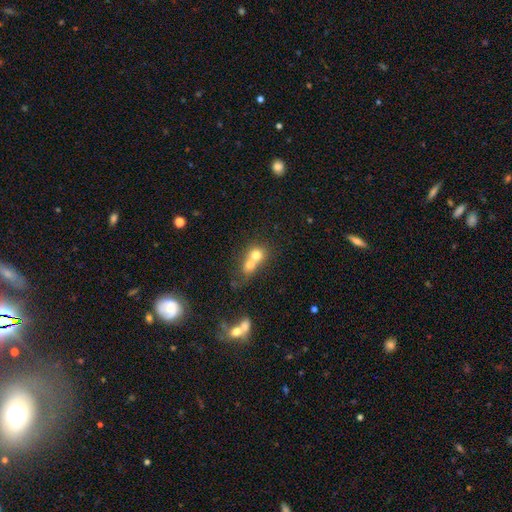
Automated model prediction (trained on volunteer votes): Q: Smooth or featured?
A: smooth (70%); runner-up: featured or disk (20%)
Q: How rounded?
A: round (73%); runner-up: in between (26%)
Q: Merging?
A: merger (72%); runner-up: none (20%)